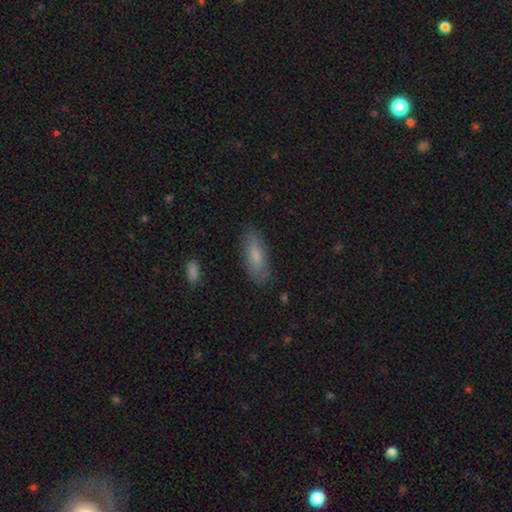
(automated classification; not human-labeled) This is likely a smooth galaxy (76%). How rounded: likely in between (70%). Merging: clearly none (84%).